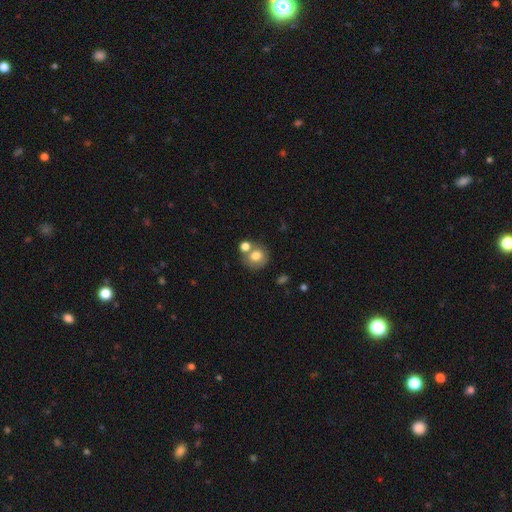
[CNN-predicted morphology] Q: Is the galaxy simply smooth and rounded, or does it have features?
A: smooth — 76%.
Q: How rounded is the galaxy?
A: round — 82%.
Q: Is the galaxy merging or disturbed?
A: none — 55%.